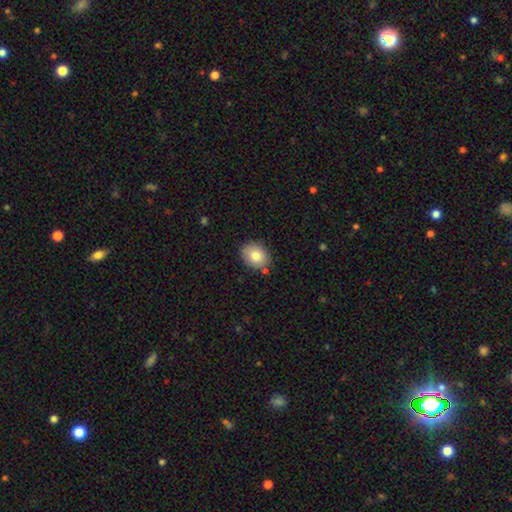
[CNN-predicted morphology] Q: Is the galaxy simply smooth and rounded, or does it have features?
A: smooth — 81%.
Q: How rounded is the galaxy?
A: in between — 58%.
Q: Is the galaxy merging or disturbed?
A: none — 81%.